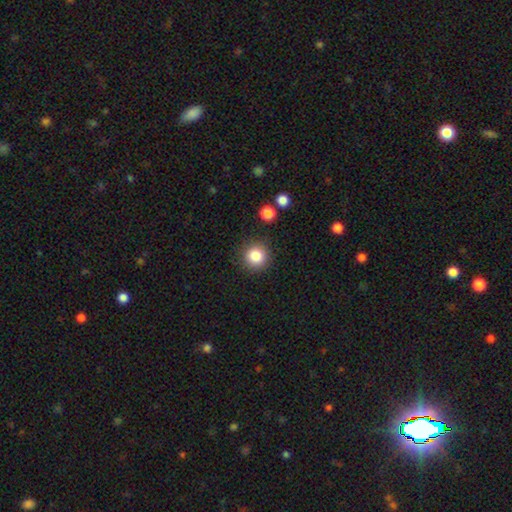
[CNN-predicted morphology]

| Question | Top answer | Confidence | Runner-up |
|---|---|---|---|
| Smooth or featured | smooth | 85% | star or artifact (10%) |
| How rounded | round | 93% | in between (6%) |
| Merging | none | 88% | minor disturbance (7%) |